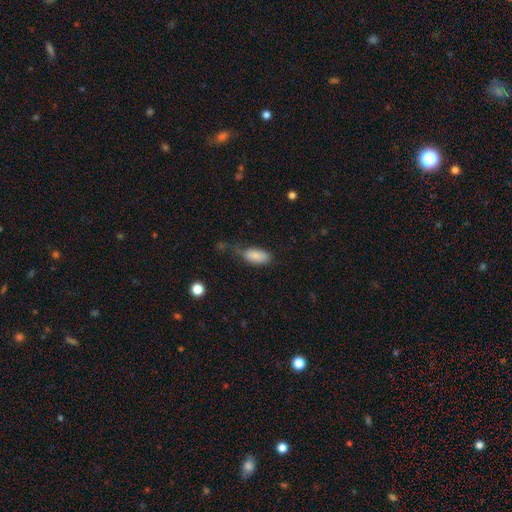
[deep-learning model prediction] Q: Smooth or featured?
A: smooth (86%); runner-up: star or artifact (7%)
Q: How rounded?
A: in between (92%); runner-up: cigar-shaped (6%)
Q: Merging?
A: none (51%); runner-up: minor disturbance (32%)